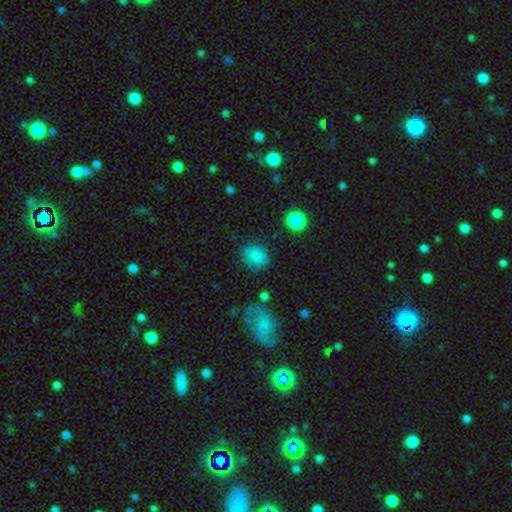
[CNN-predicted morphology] Smooth or featured?
  - smooth: 72% *
  - featured or disk: 18%
  - star or artifact: 10%
How rounded?
  - round: 71% *
  - in between: 28%
  - cigar-shaped: 1%
Merging?
  - none: 69% *
  - minor disturbance: 21%
  - major disturbance: 7%
  - merger: 3%